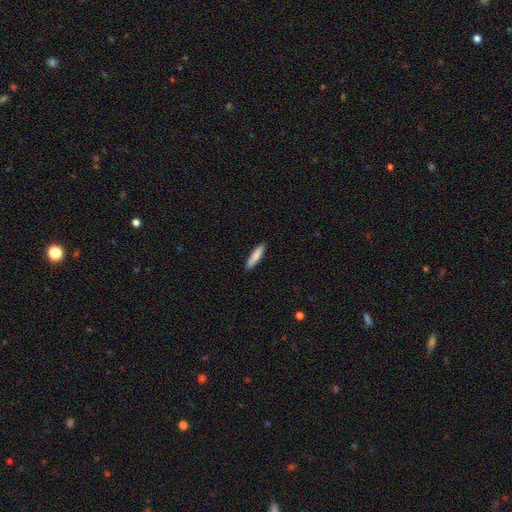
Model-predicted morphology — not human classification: Smooth or featured? smooth (86%)
How rounded? cigar-shaped (79%)
Merging? none (89%)